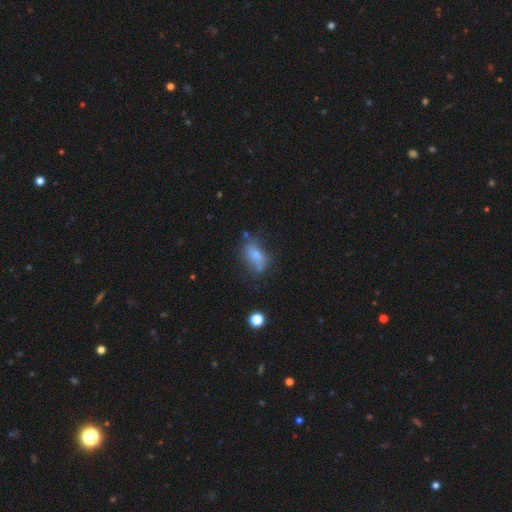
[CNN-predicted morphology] Smooth or featured? smooth (66%)
How rounded? in between (84%)
Merging? none (48%)